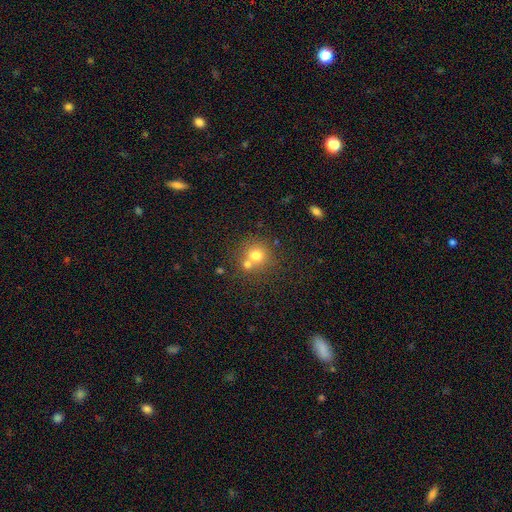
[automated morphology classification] Smooth or featured?
  - smooth: 73% *
  - star or artifact: 14%
  - featured or disk: 13%
How rounded?
  - round: 90% *
  - in between: 9%
  - cigar-shaped: 1%
Merging?
  - none: 56% *
  - merger: 33%
  - minor disturbance: 7%
  - major disturbance: 3%